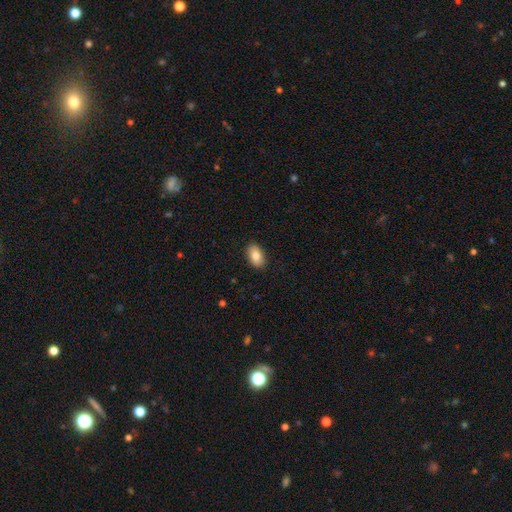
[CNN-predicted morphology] A smooth galaxy with no disk features (82%) that is in between round and cigar-shaped (92%). Merging: none (89%).